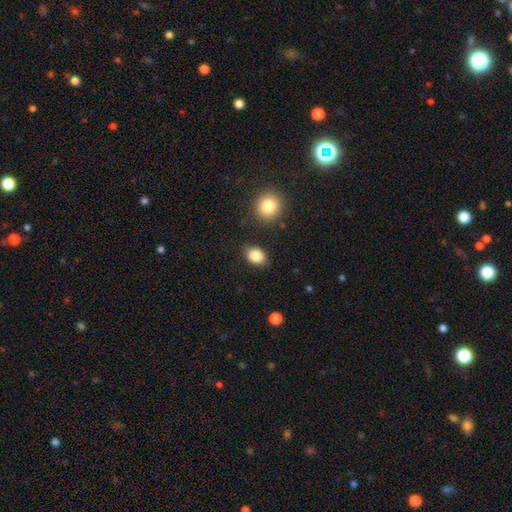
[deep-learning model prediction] This is clearly a smooth galaxy (85%). How rounded: likely in between (64%). Merging: clearly none (84%).